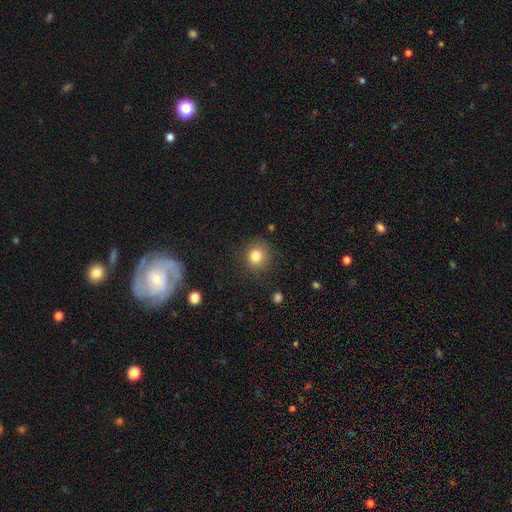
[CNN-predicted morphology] Smooth or featured? Predicted: smooth (p=0.81). How rounded? Predicted: round (p=0.86). Merging? Predicted: none (p=0.85).